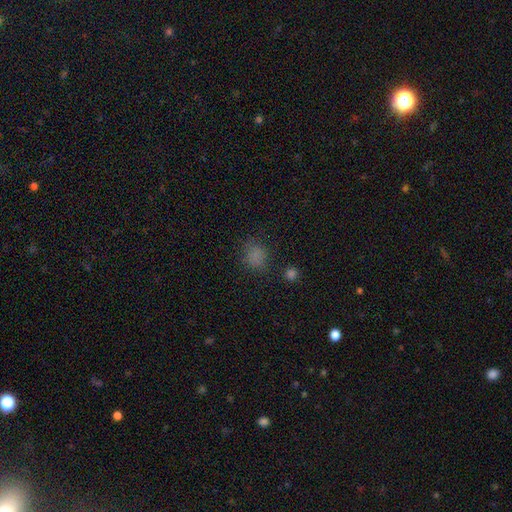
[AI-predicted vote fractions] A smooth galaxy with no disk features (76%) that is round (62%). Merging: none (72%).